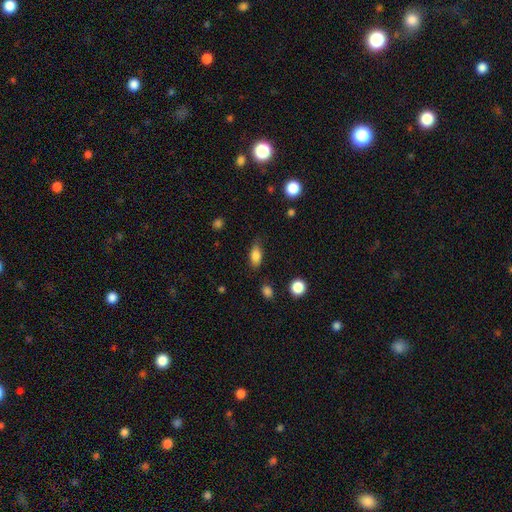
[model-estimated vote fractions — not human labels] The model was most divided on "merging": none: 76%, minor disturbance: 18%, major disturbance: 5%, merger: 2%. More confident: how rounded — in between (84%); smooth or featured — smooth (82%).